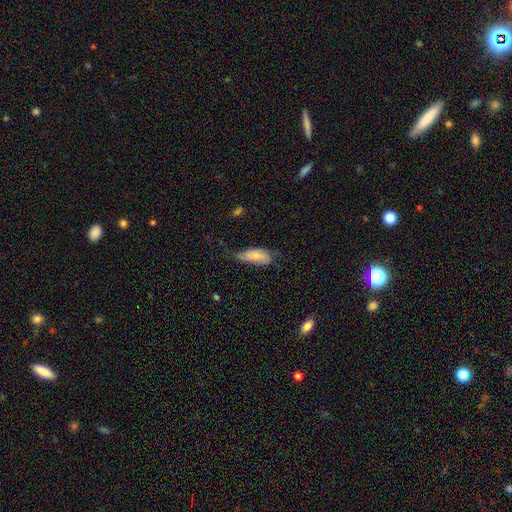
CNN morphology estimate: This appears to be a smooth galaxy with no disk features (74%) that is in between round and cigar-shaped (84%). Merging: minor disturbance (41%).